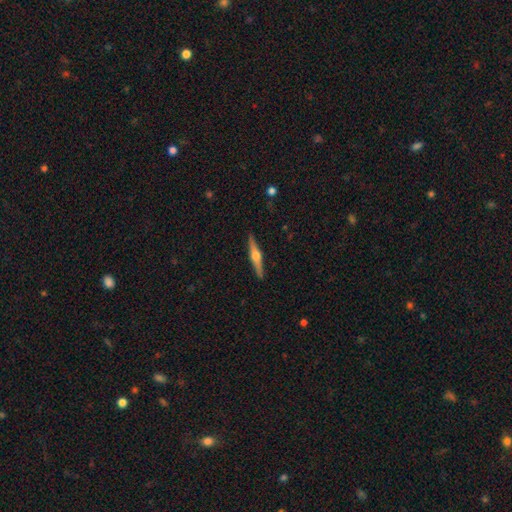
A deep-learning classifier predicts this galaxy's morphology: Smooth or featured? Predicted: featured or disk (p=0.77). Edge-on disk? Predicted: yes (p=0.98). Edge-on bulge? Predicted: rounded (p=0.94). Merging? Predicted: none (p=0.91).